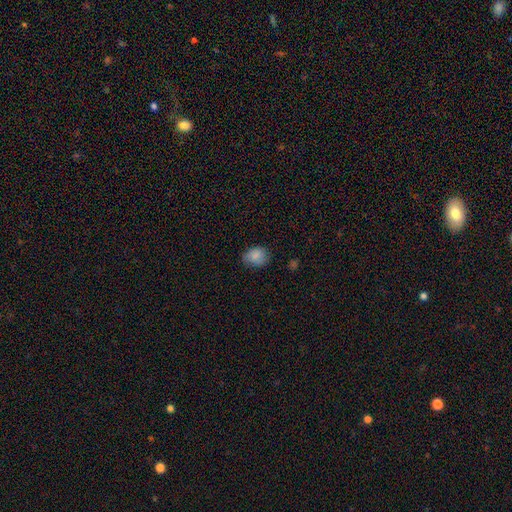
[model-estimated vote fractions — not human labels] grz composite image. It shows a smooth galaxy with no disk features (86%) that is in between round and cigar-shaped (60%). Merging: none (73%).